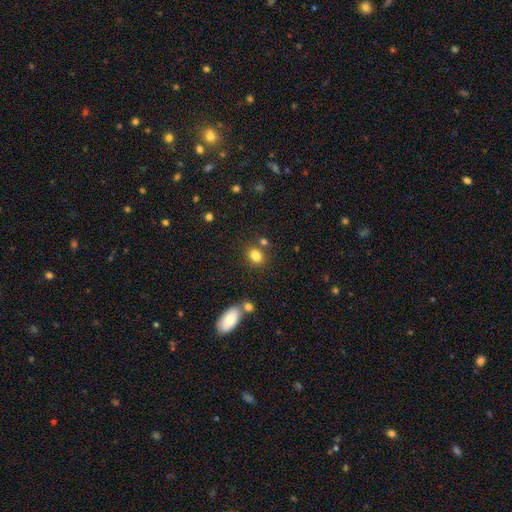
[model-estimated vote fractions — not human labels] Smooth or featured? Predicted: smooth (p=0.82). How rounded? Predicted: in between (p=0.58). Merging? Predicted: none (p=0.73).